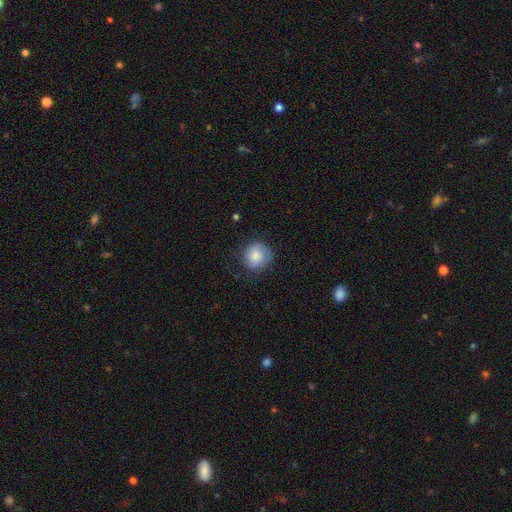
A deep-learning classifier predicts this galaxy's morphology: Overall: smooth (75%). How rounded: round (87%). Merging: none (68%).